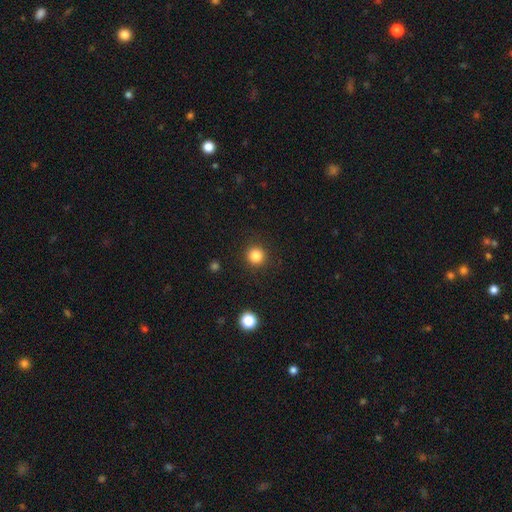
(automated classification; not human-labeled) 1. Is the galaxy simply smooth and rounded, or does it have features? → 83% smooth, 12% star or artifact, 4% featured or disk.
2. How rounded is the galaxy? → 94% round, 5% in between, 1% cigar-shaped.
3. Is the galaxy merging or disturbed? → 91% none, 5% minor disturbance, 2% major disturbance, 1% merger.